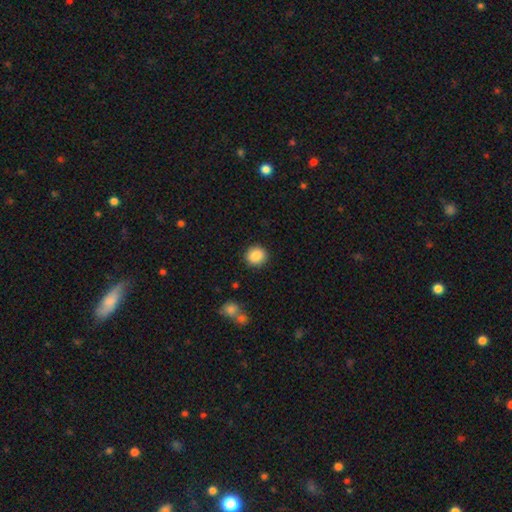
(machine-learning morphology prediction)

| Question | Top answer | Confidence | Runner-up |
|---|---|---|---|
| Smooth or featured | smooth | 88% | star or artifact (8%) |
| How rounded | round | 83% | in between (16%) |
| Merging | none | 89% | minor disturbance (7%) |